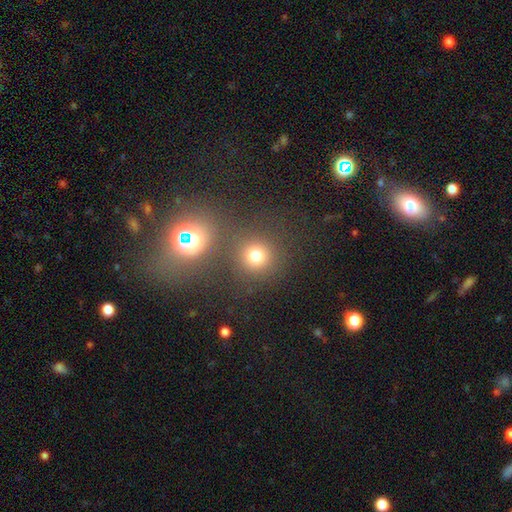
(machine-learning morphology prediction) Smooth or featured? smooth (73%)
How rounded? round (90%)
Merging? none (76%)